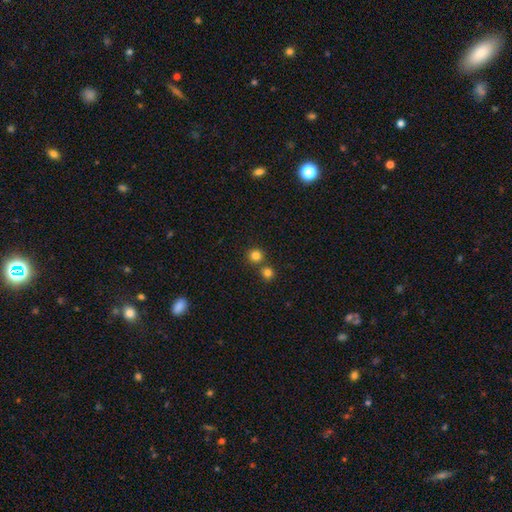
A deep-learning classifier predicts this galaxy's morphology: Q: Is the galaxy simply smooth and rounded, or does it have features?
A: smooth — 80%.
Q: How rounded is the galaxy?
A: round — 92%.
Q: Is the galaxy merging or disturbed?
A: none — 68%.